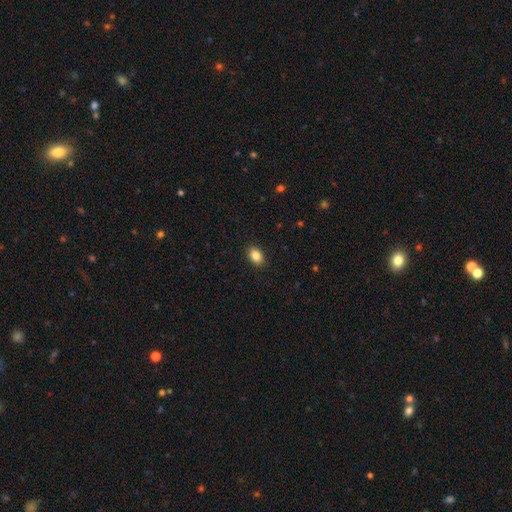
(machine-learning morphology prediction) Smooth or featured?
  - smooth: 86% *
  - star or artifact: 8%
  - featured or disk: 6%
How rounded?
  - in between: 83% *
  - round: 16%
  - cigar-shaped: 1%
Merging?
  - none: 89% *
  - minor disturbance: 8%
  - major disturbance: 2%
  - merger: 1%